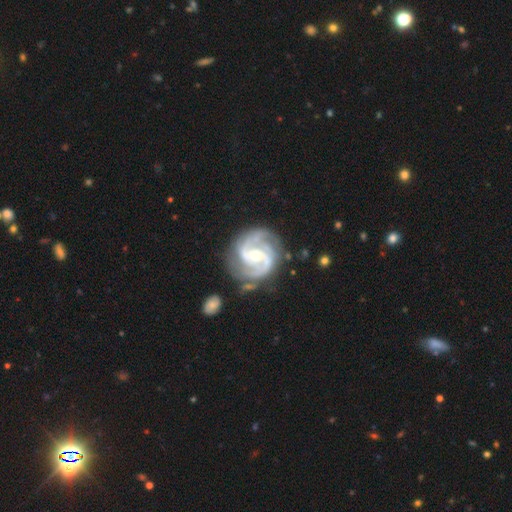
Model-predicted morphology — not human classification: smooth-or-featured: featured or disk: 93% | star or artifact: 4% | smooth: 3%
  disk-edge-on: no: 98% | yes: 2%
    bar: no: 44% | weak: 38% | strong: 18%
    has-spiral-arms: yes: 98% | no: 2%
      spiral-winding: medium: 48% | tight: 44% | loose: 8%
      spiral-arm-count: 2: 60% | 3: 25% | can't tell: 5% | 4: 4% | 1: 3% | more than 4: 3%
    bulge-size: moderate: 57% | small: 40% | large: 2% | none: 1% | dominant: 1%
  merging: none: 73% | minor disturbance: 17% | major disturbance: 7% | merger: 4%